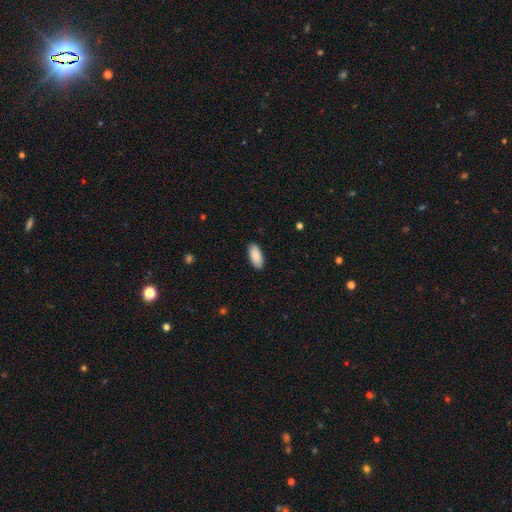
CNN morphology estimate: This is clearly a smooth galaxy (90%). How rounded: clearly in between (90%). Merging: clearly none (90%).